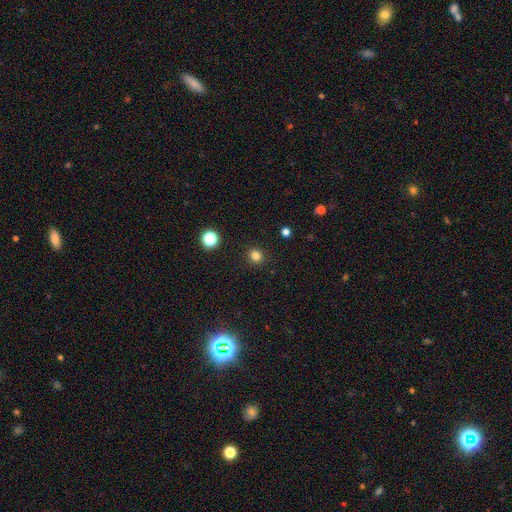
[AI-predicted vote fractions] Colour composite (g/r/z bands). It shows a smooth galaxy with no disk features (81%) that is round (88%). Merging: none (91%).